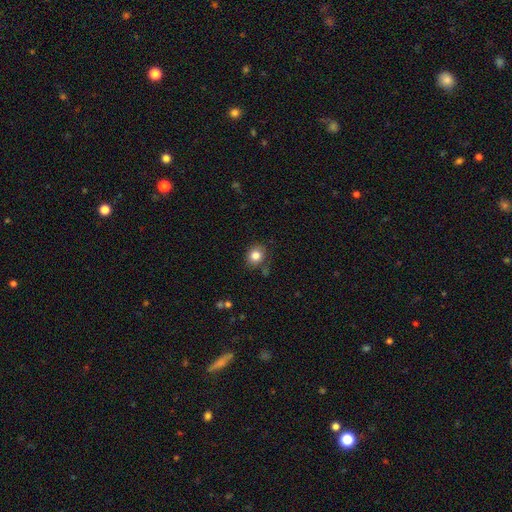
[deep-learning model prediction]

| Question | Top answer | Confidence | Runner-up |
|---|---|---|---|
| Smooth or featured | smooth | 83% | star or artifact (10%) |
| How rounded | round | 70% | in between (29%) |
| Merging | none | 79% | minor disturbance (14%) |